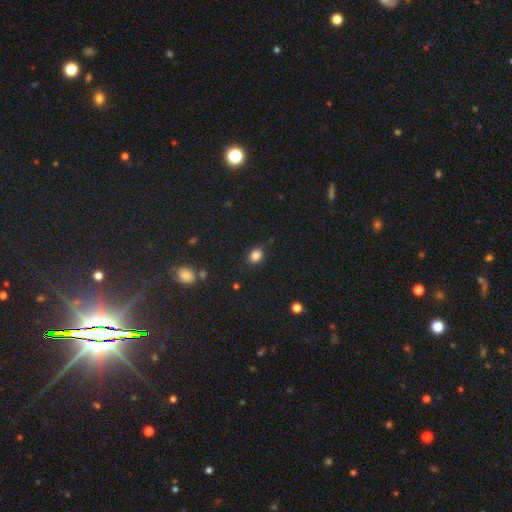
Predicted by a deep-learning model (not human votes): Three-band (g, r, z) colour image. It shows a smooth galaxy with no disk features (85%) that is in between round and cigar-shaped (51%). Merging: none (86%).